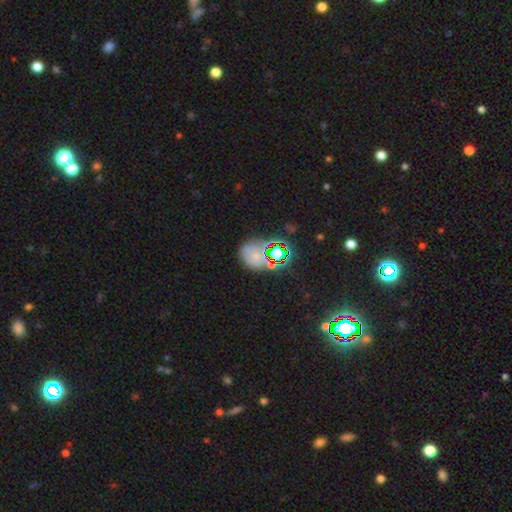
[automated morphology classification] smooth_or_featured: smooth (p=0.48) [alt: star or artifact p=0.33]
merging: none (p=0.58) [alt: minor disturbance p=0.19]